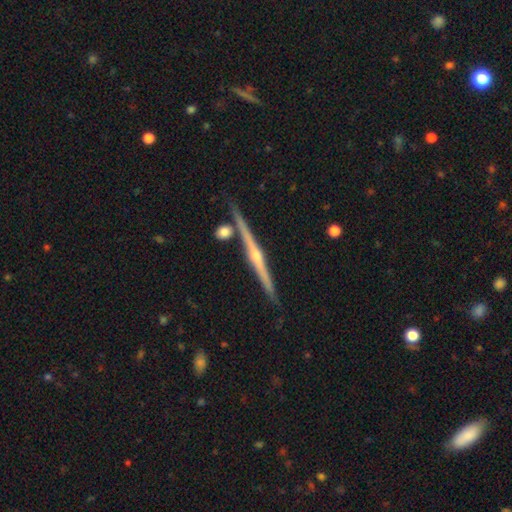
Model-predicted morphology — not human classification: Q: Smooth or featured?
A: featured or disk (84%); runner-up: smooth (10%)
Q: Edge-on disk?
A: yes (98%); runner-up: no (2%)
Q: Edge-on bulge?
A: rounded (82%); runner-up: none (12%)
Q: Merging?
A: none (86%); runner-up: minor disturbance (8%)